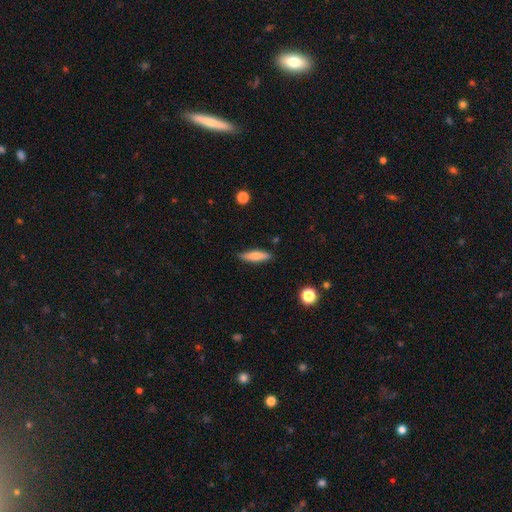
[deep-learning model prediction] A smooth galaxy with no disk features (74%) that is cigar-shaped (73%).

Vote fractions:
- Smooth or featured? smooth: 74% / featured or disk: 19% / star or artifact: 6%
- How rounded? cigar-shaped: 73% / in between: 25% / round: 2%
- Merging? none: 86% / minor disturbance: 11% / major disturbance: 2% / merger: 1%